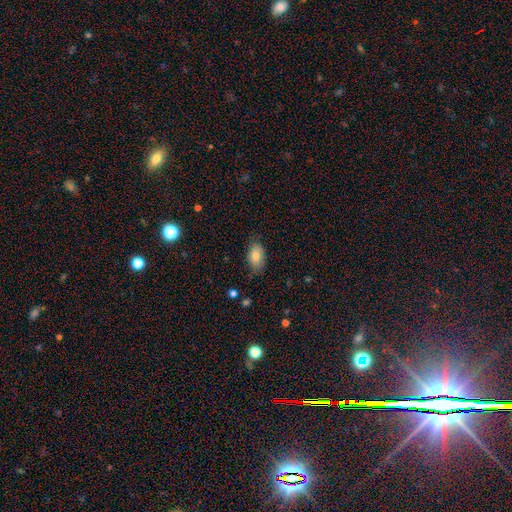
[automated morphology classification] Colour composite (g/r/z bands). It shows a smooth galaxy with no disk features (81%) that is in between round and cigar-shaped (90%). Merging: none (77%).